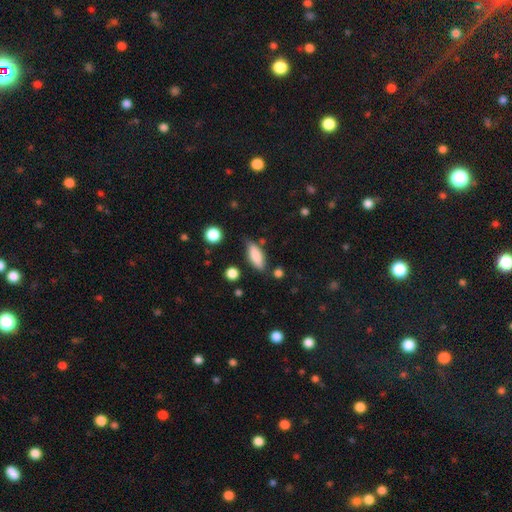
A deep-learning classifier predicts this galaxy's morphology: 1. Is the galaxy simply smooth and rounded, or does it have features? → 80% smooth, 13% featured or disk, 7% star or artifact.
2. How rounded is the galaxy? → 64% in between, 33% cigar-shaped, 3% round.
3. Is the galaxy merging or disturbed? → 73% none, 19% minor disturbance, 4% major disturbance, 4% merger.